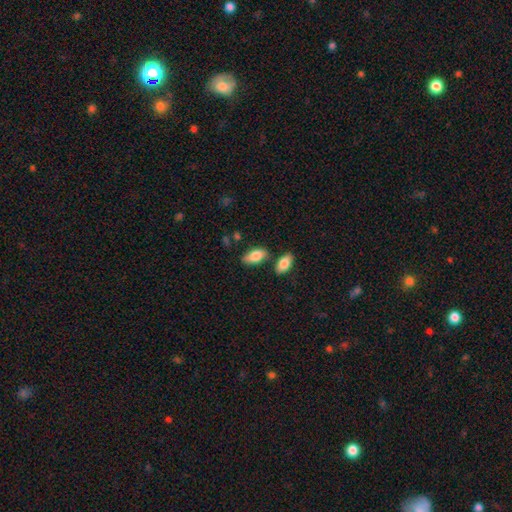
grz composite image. It shows a smooth galaxy with no disk features (79%) that is in between round and cigar-shaped (90%). Merging: none (76%).